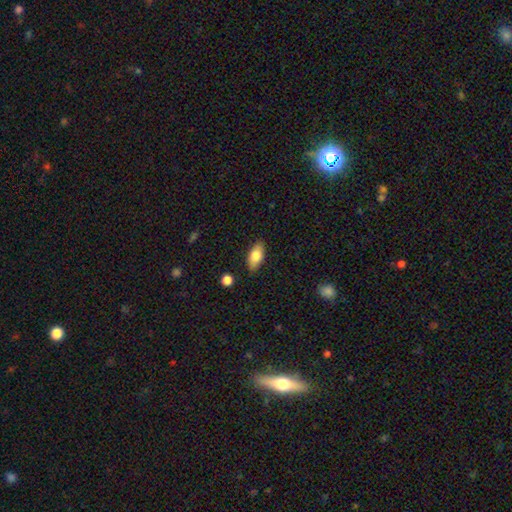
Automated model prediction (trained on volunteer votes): This is likely a smooth galaxy (77%). How rounded: clearly in between (88%). Merging: clearly none (85%).